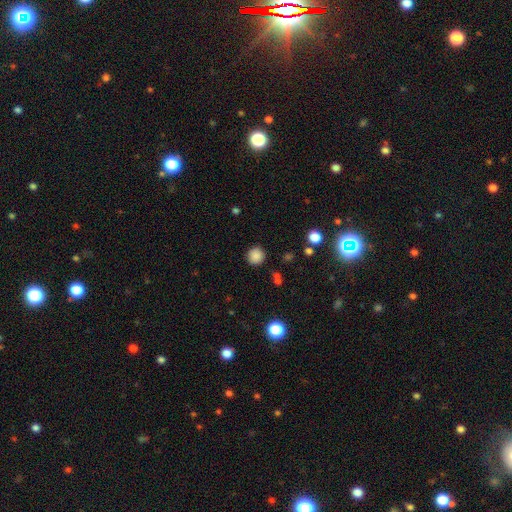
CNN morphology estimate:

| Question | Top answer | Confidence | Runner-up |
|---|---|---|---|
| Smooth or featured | smooth | 85% | star or artifact (11%) |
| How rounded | round | 93% | in between (6%) |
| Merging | none | 88% | minor disturbance (8%) |